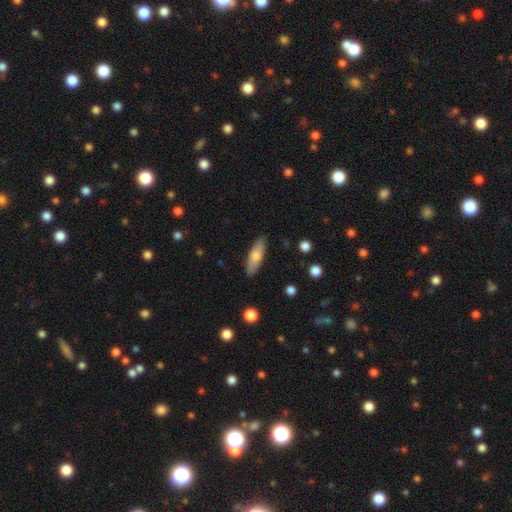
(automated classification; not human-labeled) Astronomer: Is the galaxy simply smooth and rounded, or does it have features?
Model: smooth — 70%.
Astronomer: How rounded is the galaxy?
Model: in between — 51% (runner-up: cigar-shaped, 47%).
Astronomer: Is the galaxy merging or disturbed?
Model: none — 86%.